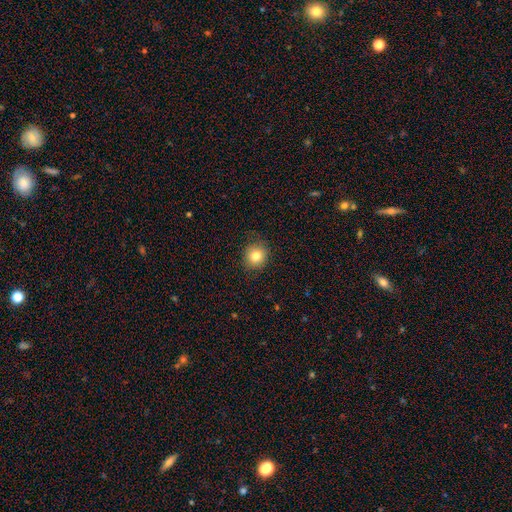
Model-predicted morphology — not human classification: This is clearly a smooth galaxy (80%). How rounded: clearly round (84%). Merging: clearly none (87%).